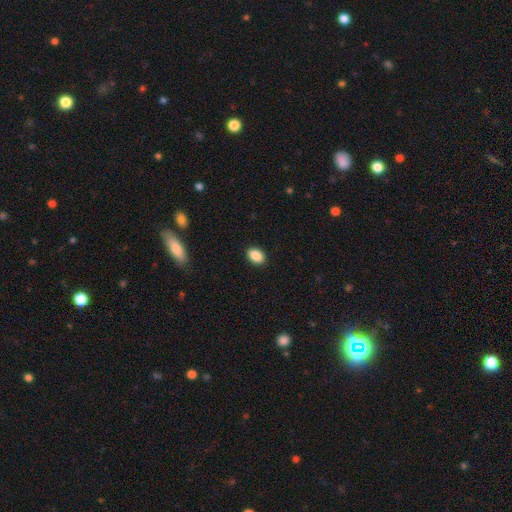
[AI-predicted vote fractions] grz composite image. It shows a smooth galaxy with no disk features (89%) that is in between round and cigar-shaped (83%). Merging: none (90%).